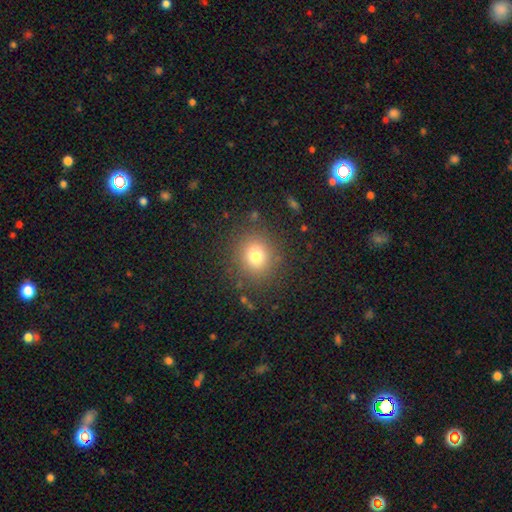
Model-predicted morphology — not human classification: This is likely a smooth galaxy (77%). How rounded: clearly round (85%). Merging: clearly none (86%).